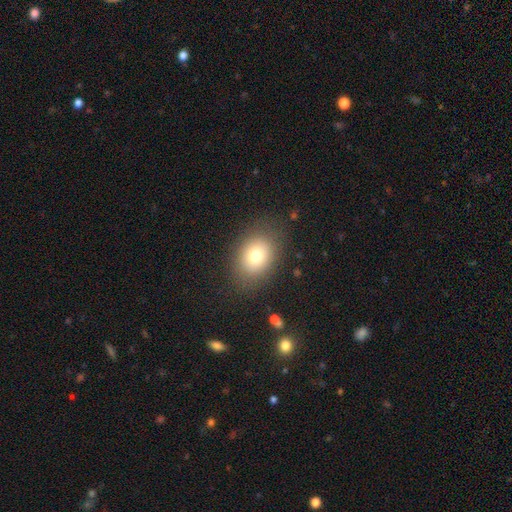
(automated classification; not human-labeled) A smooth galaxy with no disk features (77%) that is in between round and cigar-shaped (66%).

Vote fractions:
- Smooth or featured? smooth: 77% / featured or disk: 12% / star or artifact: 11%
- How rounded? in between: 66% / round: 34% / cigar-shaped: 1%
- Merging? none: 82% / minor disturbance: 12% / major disturbance: 5% / merger: 1%